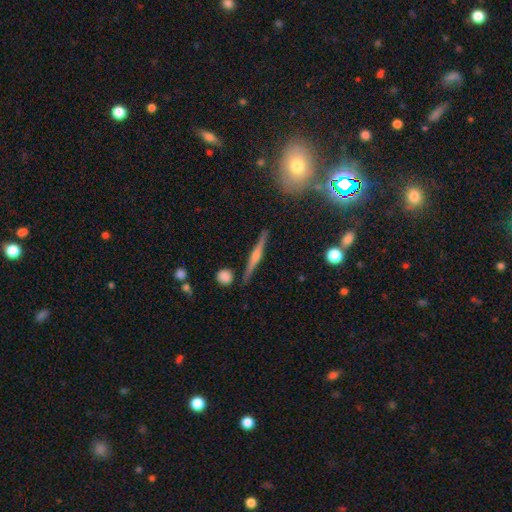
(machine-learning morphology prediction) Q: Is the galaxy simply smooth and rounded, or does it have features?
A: featured or disk — 76%.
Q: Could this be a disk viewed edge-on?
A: yes — 97%.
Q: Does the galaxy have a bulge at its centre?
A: rounded — 89%.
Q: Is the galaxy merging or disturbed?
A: none — 89%.